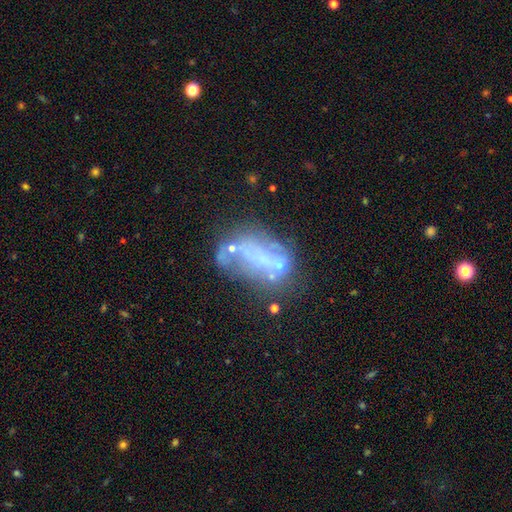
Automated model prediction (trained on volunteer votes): The model was most divided on "merging": none: 35%, major disturbance: 25%, merger: 21%, minor disturbance: 19%. More confident: edge-on disk — no (92%); spiral arms — no (89%); bar — no (78%); bulge size — none (70%); smooth or featured — featured or disk (57%).